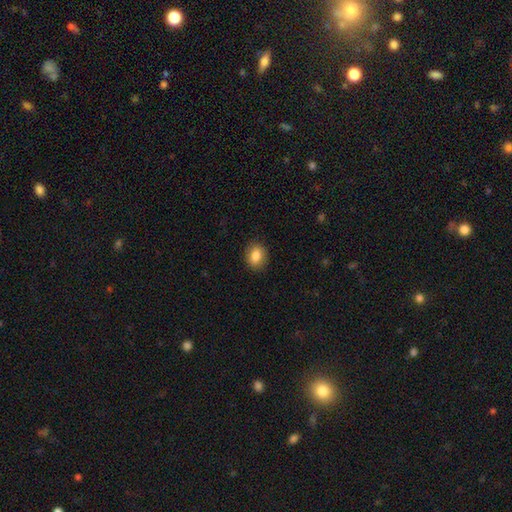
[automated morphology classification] smooth_or_featured: smooth (p=0.85) [alt: star or artifact p=0.08]
how_rounded: in between (p=0.58) [alt: round p=0.41]
merging: none (p=0.88) [alt: minor disturbance p=0.09]